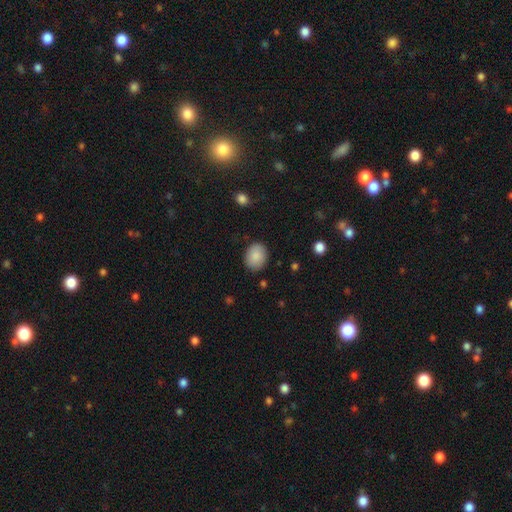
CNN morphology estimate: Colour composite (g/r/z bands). It shows a smooth galaxy with no disk features (88%) that is in between round and cigar-shaped (52%). Merging: none (86%).